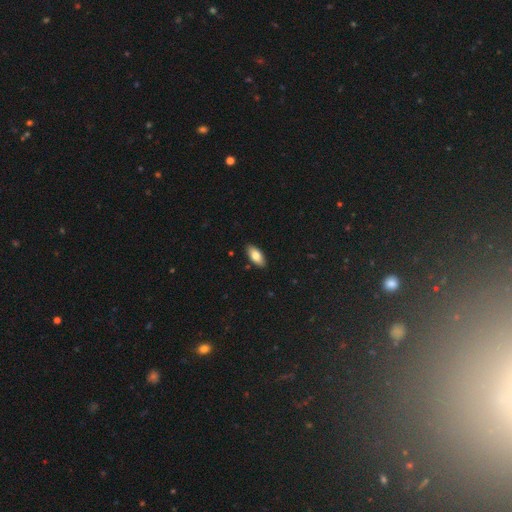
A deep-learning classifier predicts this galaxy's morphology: A smooth galaxy with no disk features (80%) that is in between round and cigar-shaped (88%). Merging: none (88%).